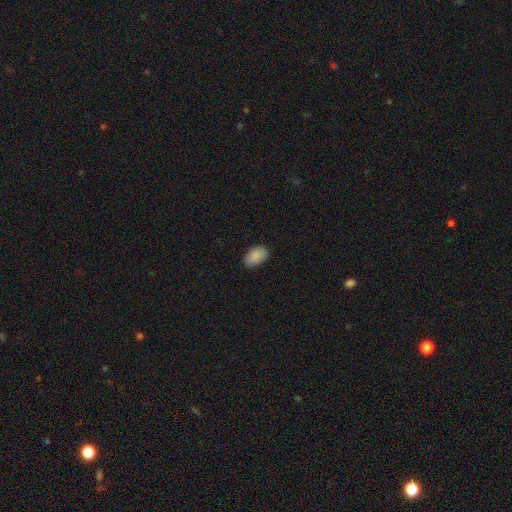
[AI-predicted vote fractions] Smooth or featured? smooth (89%)
How rounded? in between (91%)
Merging? none (81%)